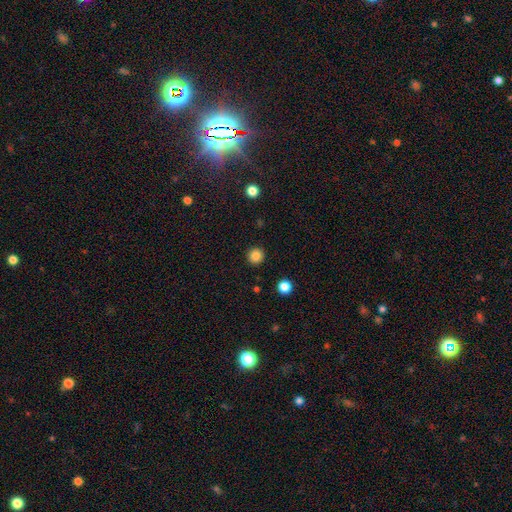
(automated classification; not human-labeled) Overall: smooth (84%). How rounded: round (96%). Merging: none (93%).